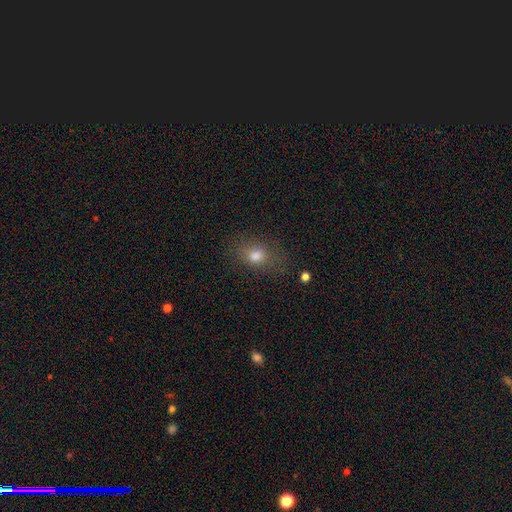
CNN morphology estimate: Smooth or featured? Predicted: smooth (p=0.77). How rounded? Predicted: in between (p=0.64). Merging? Predicted: none (p=0.78).